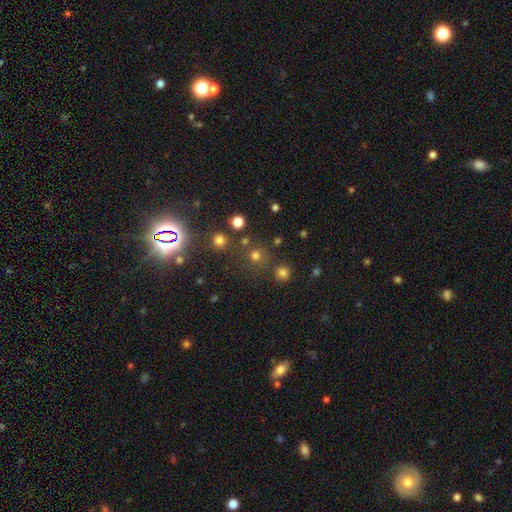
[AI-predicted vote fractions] This is possibly a smooth galaxy (55%). How rounded: clearly round (92%). Merging: clearly none (81%).